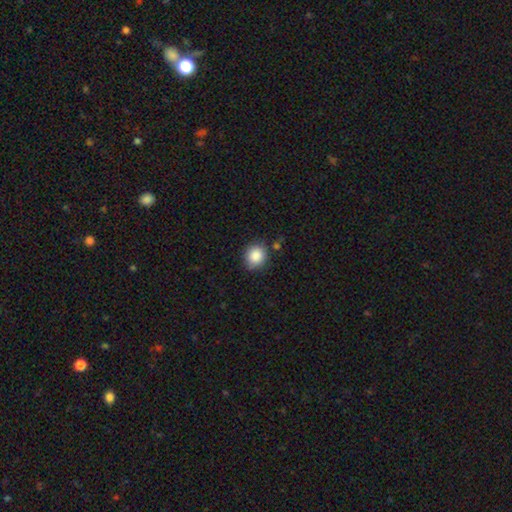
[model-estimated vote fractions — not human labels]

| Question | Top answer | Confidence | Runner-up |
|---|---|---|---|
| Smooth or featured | smooth | 87% | star or artifact (8%) |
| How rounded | round | 77% | in between (22%) |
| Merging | none | 82% | minor disturbance (13%) |